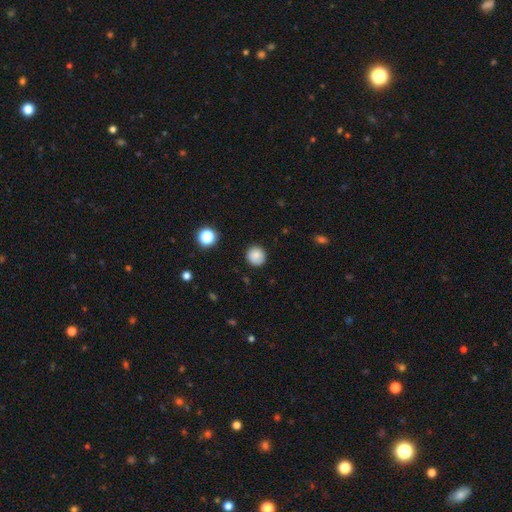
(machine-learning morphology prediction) type=smooth (85%); roundness=round (92%); merging=none (88%).